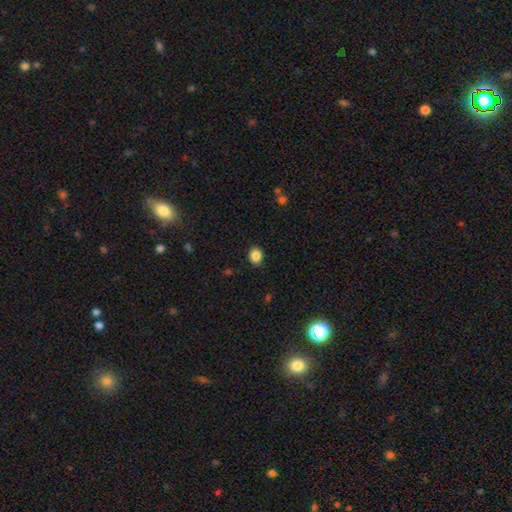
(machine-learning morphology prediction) smooth_or_featured: smooth (p=0.87) [alt: star or artifact p=0.10]
how_rounded: round (p=0.61) [alt: in between p=0.39]
merging: none (p=0.89) [alt: minor disturbance p=0.07]